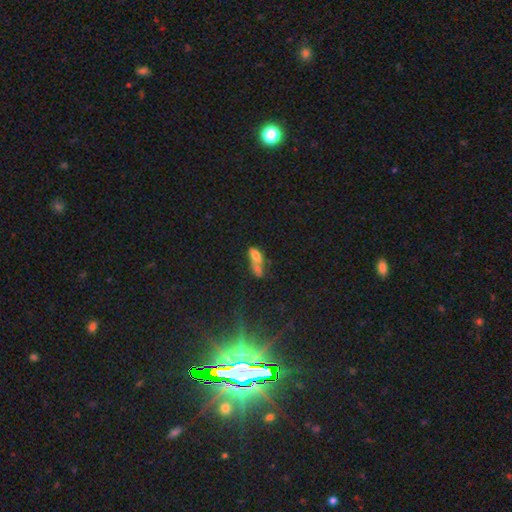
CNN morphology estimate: smooth 61%, featured or disk 24%, star or artifact 15%. Down the decision tree: how rounded — in between (76%); merging — merger (49%).